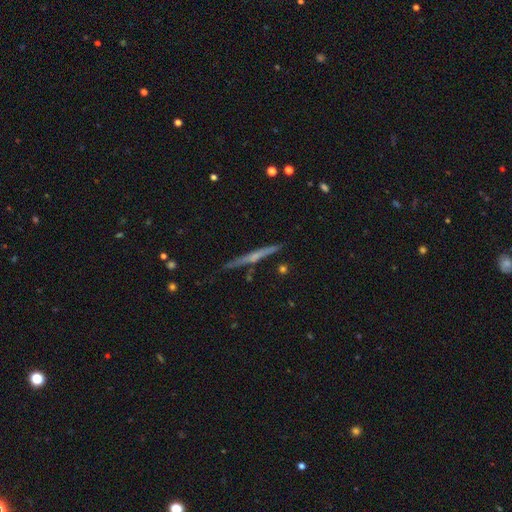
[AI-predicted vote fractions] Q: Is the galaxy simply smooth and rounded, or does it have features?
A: featured or disk — 65%.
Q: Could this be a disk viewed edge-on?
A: yes — 98%.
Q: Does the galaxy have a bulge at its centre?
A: none — 52%.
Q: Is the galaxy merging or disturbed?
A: none — 87%.